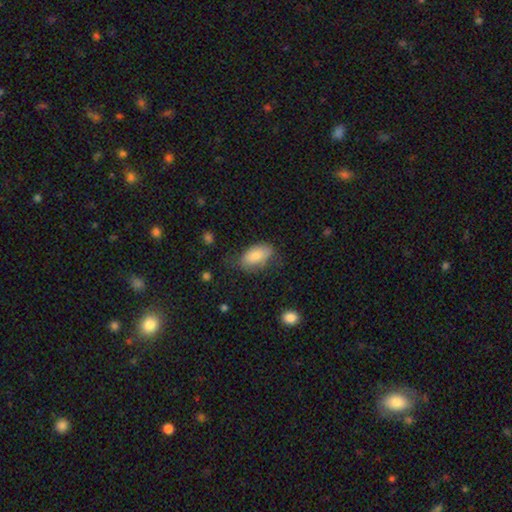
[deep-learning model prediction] This appears to be a smooth galaxy with no disk features (81%) that is in between round and cigar-shaped (93%). Merging: none (56%).